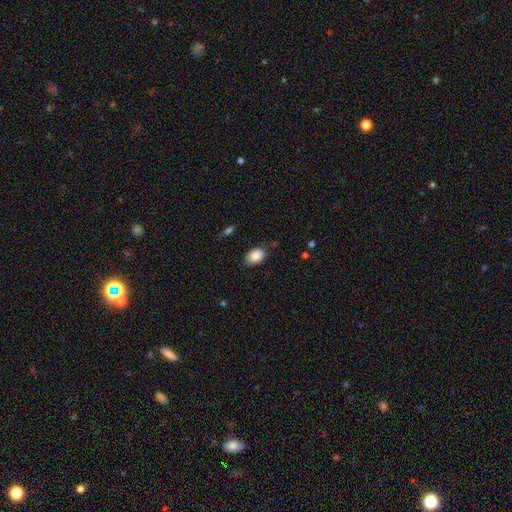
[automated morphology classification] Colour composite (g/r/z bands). It shows a smooth galaxy with no disk features (87%) that is in between round and cigar-shaped (88%). Merging: none (75%).